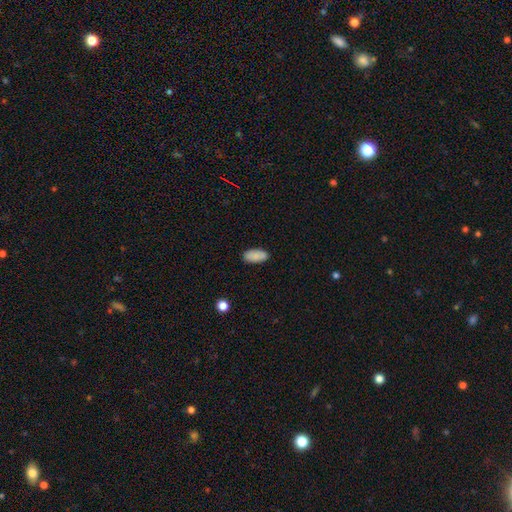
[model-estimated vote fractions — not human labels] Overall: smooth (88%). How rounded: in between (91%). Merging: none (87%).